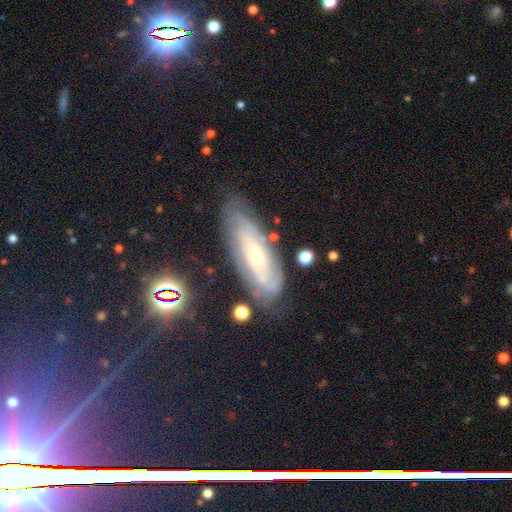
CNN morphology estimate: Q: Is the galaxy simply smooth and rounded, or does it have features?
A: featured or disk — 76%.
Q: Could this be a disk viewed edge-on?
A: no — 84%.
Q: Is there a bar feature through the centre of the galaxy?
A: no — 74%.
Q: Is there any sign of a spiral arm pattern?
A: yes — 82%.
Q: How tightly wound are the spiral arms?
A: tight — 74%.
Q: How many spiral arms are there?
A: can't tell — 62%.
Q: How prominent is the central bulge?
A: small — 65%.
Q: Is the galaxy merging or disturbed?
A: none — 72%.